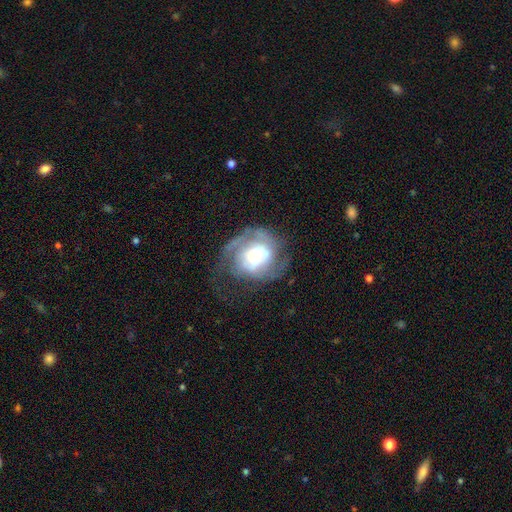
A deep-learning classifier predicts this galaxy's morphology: featured or disk 68%, smooth 24%, star or artifact 8%. Down the decision tree: edge-on disk — no (97%); bar — no (63%); spiral arms — yes (68%); bulge size — moderate (41%); merging — none (40%).